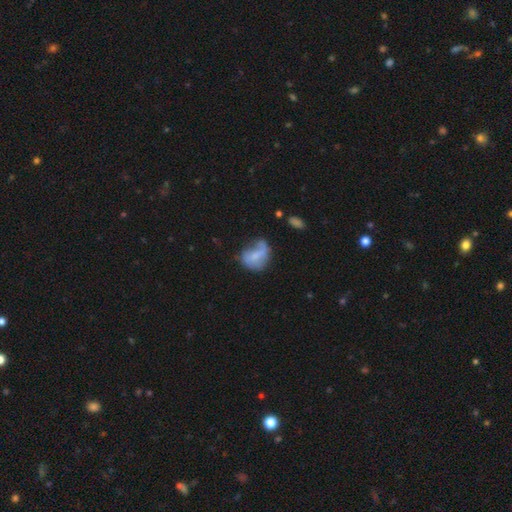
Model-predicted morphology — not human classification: Smooth or featured? Predicted: smooth (p=0.55). How rounded? Predicted: in between (p=0.62). Merging? Predicted: none (p=0.32).